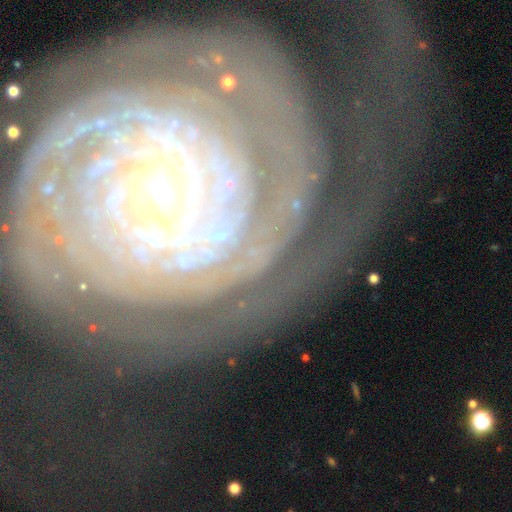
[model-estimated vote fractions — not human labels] A featured or disk galaxy (76%) with no bar (51%), tight (74%) spiral arms (89%) and a small central bulge (53%).

Vote fractions:
- Smooth or featured? featured or disk: 76% / star or artifact: 15% / smooth: 10%
- Edge-on disk? no: 94% / yes: 6%
- Bar? no: 51% / weak: 25% / strong: 24%
- Spiral arms? yes: 89% / no: 11%
- Spiral winding? tight: 74% / medium: 19% / loose: 6%
- Spiral arm count? can't tell: 32% / 2: 19% / 3: 16% / 4: 12% / more than 4: 11% / 1: 10%
- Bulge size? small: 53% / moderate: 32% / large: 6% / none: 6% / dominant: 3%
- Merging? none: 65% / minor disturbance: 16% / major disturbance: 14% / merger: 4%